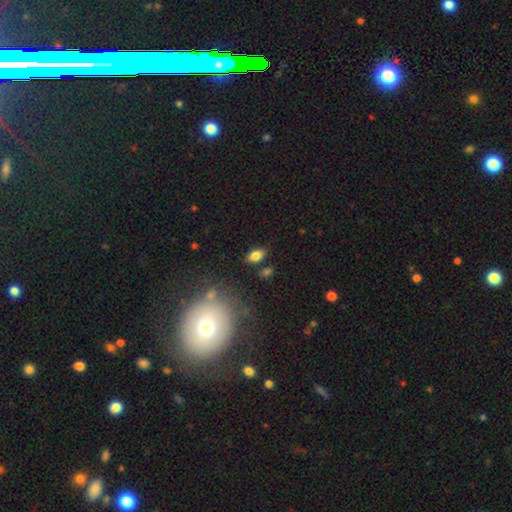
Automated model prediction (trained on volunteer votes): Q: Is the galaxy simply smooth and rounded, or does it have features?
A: smooth — 82%.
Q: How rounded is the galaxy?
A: in between — 90%.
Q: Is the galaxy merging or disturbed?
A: none — 83%.